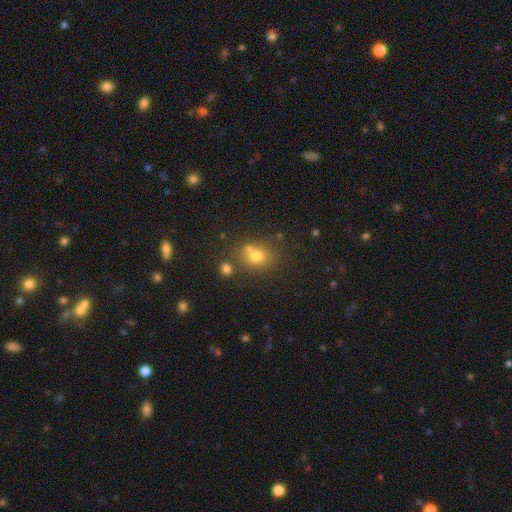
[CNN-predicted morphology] Q: Smooth or featured?
A: smooth (69%); runner-up: star or artifact (19%)
Q: How rounded?
A: round (65%); runner-up: in between (34%)
Q: Merging?
A: none (59%); runner-up: merger (25%)